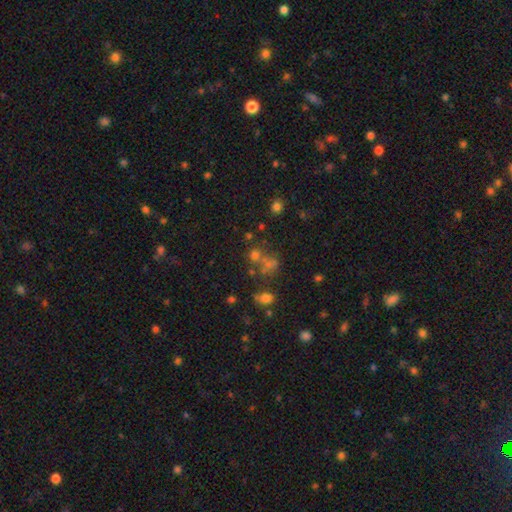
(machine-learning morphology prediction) Smooth or featured: smooth — 44% (star or artifact — 40%)
Merging: none — 52% (merger — 31%)